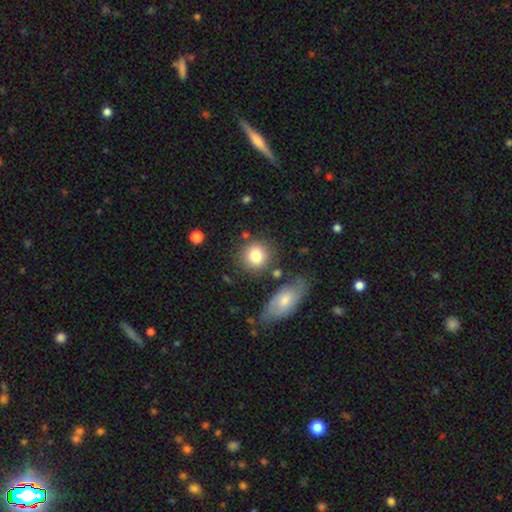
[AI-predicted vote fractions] smooth_or_featured: smooth (p=0.82) [alt: featured or disk p=0.10]
how_rounded: round (p=0.85) [alt: in between p=0.14]
merging: none (p=0.76) [alt: minor disturbance p=0.11]